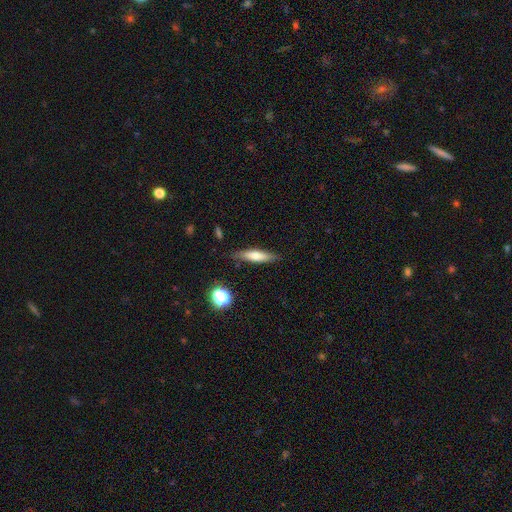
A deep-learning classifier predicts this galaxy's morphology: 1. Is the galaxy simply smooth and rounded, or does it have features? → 65% smooth, 27% featured or disk, 8% star or artifact.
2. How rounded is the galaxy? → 74% cigar-shaped, 24% in between, 2% round.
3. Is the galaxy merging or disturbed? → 83% none, 12% minor disturbance, 3% major disturbance, 2% merger.